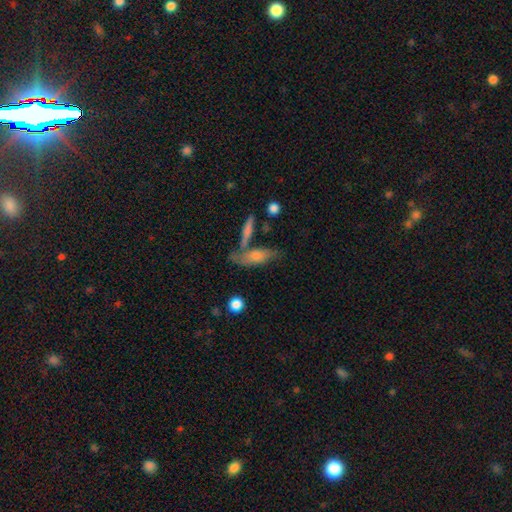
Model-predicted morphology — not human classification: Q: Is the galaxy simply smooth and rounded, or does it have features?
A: smooth — 52%.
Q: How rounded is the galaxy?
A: in between — 51%.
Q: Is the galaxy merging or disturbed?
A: none — 47%.